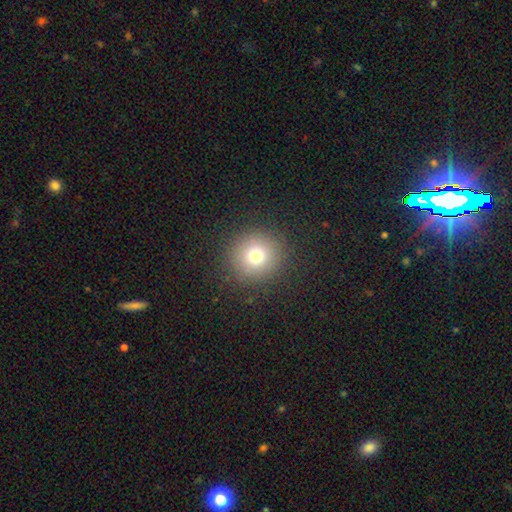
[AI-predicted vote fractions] The model was most divided on "smooth or featured": smooth: 74%, star or artifact: 16%, featured or disk: 10%. More confident: how rounded — round (94%); merging — none (89%).